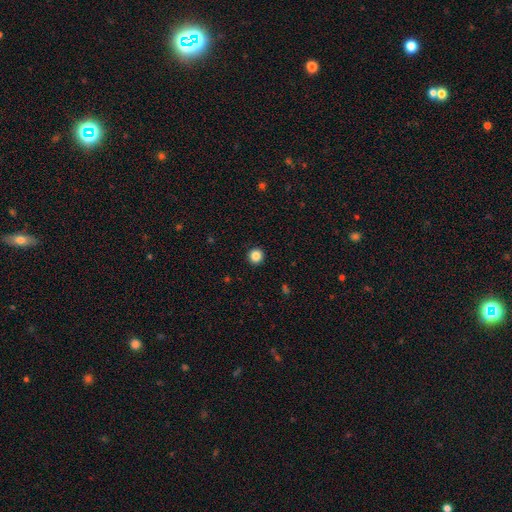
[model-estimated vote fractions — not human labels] smooth-or-featured: smooth: 86% | star or artifact: 11% | featured or disk: 4%
  how-rounded: round: 94% | in between: 5% | cigar-shaped: 1%
  merging: none: 93% | minor disturbance: 4% | major disturbance: 2% | merger: 1%